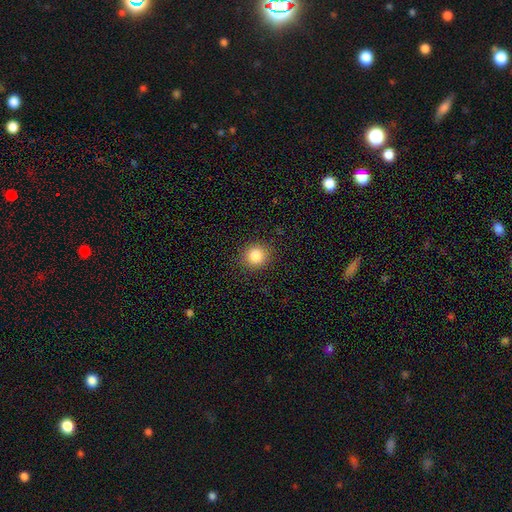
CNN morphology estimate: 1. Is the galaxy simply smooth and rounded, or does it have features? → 85% smooth, 10% star or artifact, 5% featured or disk.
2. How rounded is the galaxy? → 85% round, 14% in between, 1% cigar-shaped.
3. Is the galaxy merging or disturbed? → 89% none, 7% minor disturbance, 3% major disturbance, 1% merger.